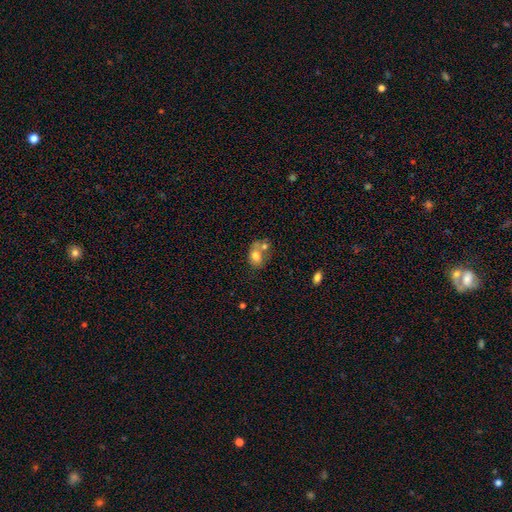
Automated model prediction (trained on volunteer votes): smooth 73%, featured or disk 18%, star or artifact 10%. Down the decision tree: how rounded — in between (57%); merging — merger (50%).